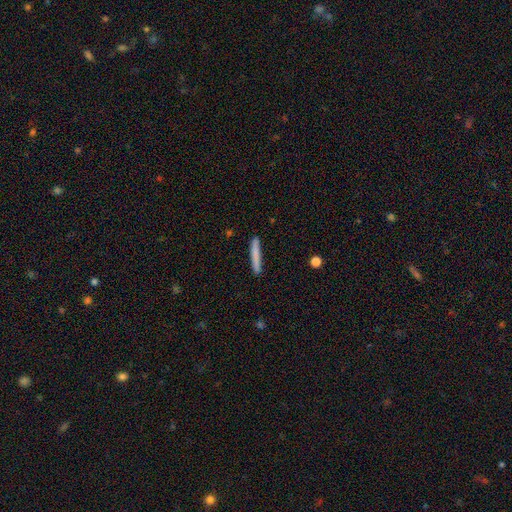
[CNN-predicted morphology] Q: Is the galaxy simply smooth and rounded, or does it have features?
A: smooth — 75%.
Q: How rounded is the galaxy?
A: cigar-shaped — 96%.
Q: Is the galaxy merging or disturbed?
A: none — 90%.